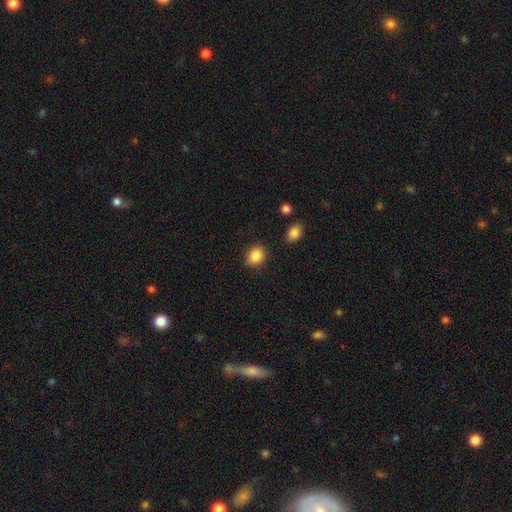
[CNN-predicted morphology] Q: Smooth or featured?
A: smooth (87%); runner-up: star or artifact (9%)
Q: How rounded?
A: round (66%); runner-up: in between (33%)
Q: Merging?
A: none (80%); runner-up: minor disturbance (14%)